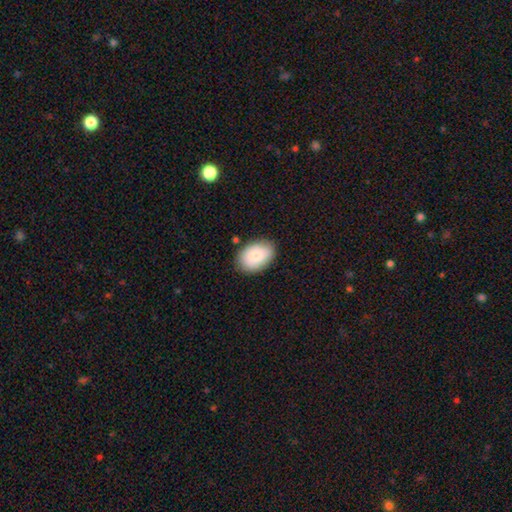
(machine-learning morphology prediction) The model was most divided on "smooth or featured": smooth: 80%, featured or disk: 13%, star or artifact: 7%. More confident: how rounded — in between (84%); merging — none (82%).